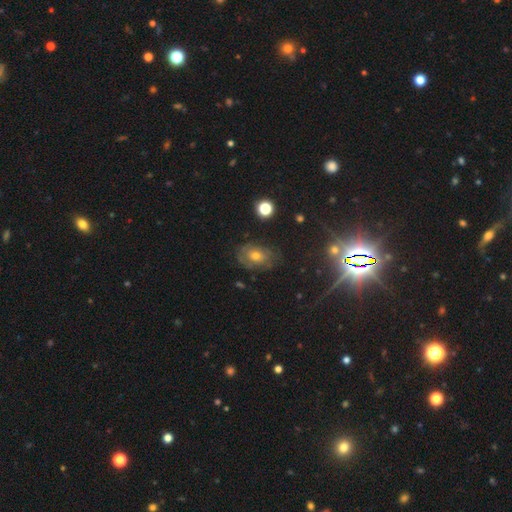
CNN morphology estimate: This is possibly a featured or disk galaxy (45%). Merging: likely none (67%).